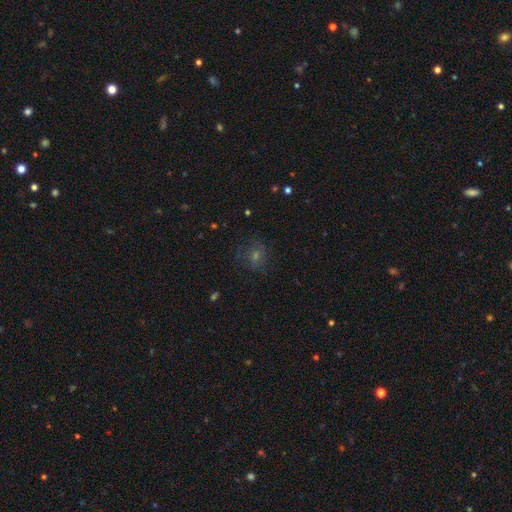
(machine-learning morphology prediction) Q: Smooth or featured?
A: smooth (40%); runner-up: star or artifact (34%)
Q: Merging?
A: none (78%); runner-up: minor disturbance (13%)